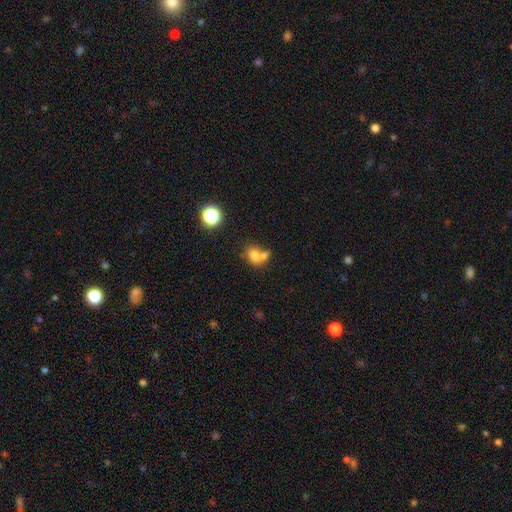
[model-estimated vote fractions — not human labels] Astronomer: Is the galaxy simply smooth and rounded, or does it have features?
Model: smooth — 72%.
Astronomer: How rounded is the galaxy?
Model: in between — 55% (runner-up: round, 44%).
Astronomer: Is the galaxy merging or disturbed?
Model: merger — 55% (runner-up: none, 32%).